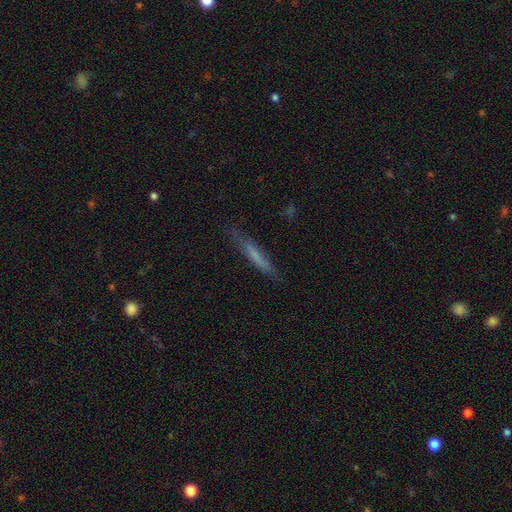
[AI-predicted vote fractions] Morphology: type=smooth (58%); roundness=cigar-shaped (94%); merging=none (83%).